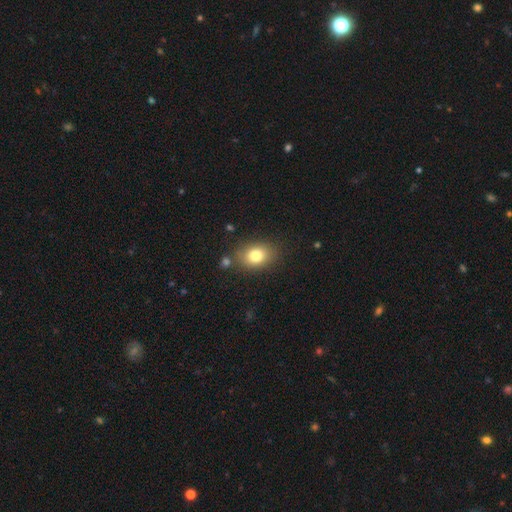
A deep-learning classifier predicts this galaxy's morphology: Overall: smooth (79%). How rounded: in between (68%; round 30%). Merging: none (78%).